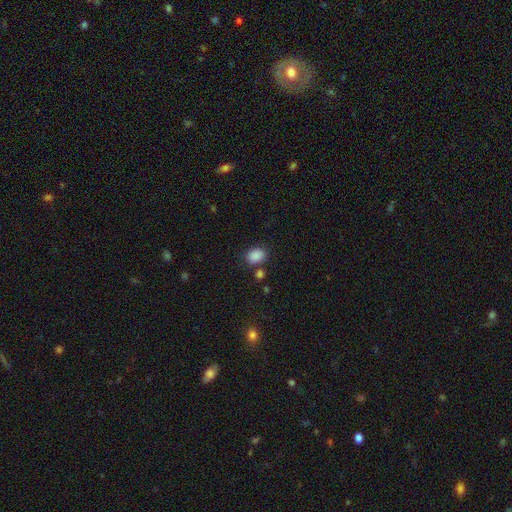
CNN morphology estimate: Overall: smooth (87%). How rounded: in between (69%; round 30%). Merging: none (77%).